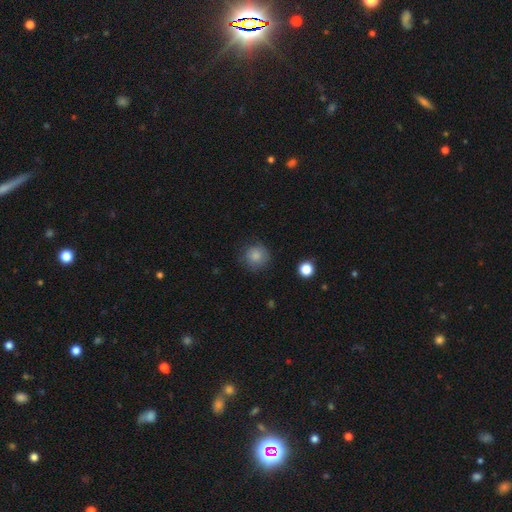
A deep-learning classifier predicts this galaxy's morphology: smooth-or-featured: smooth: 83% | star or artifact: 10% | featured or disk: 7%
  how-rounded: round: 93% | in between: 6% | cigar-shaped: 1%
  merging: none: 80% | minor disturbance: 14% | major disturbance: 4% | merger: 1%